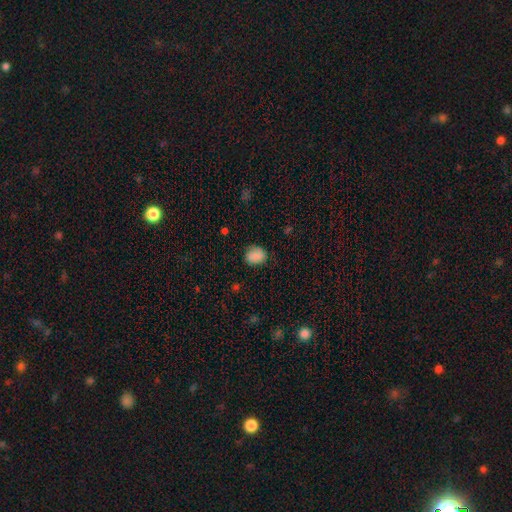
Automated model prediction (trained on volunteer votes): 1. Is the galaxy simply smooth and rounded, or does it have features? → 84% smooth, 8% star or artifact, 7% featured or disk.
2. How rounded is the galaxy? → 50% in between, 49% round, 1% cigar-shaped.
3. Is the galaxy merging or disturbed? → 76% none, 18% minor disturbance, 4% major disturbance, 1% merger.